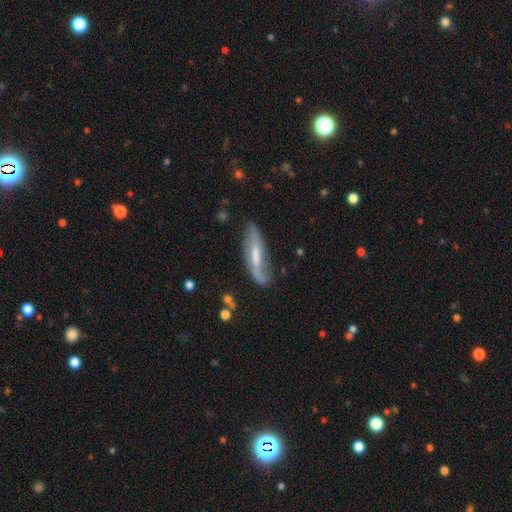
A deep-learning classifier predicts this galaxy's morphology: This is likely a featured or disk galaxy (61%). It is likely not viewed edge-on (68%). Merging: likely none (61%).